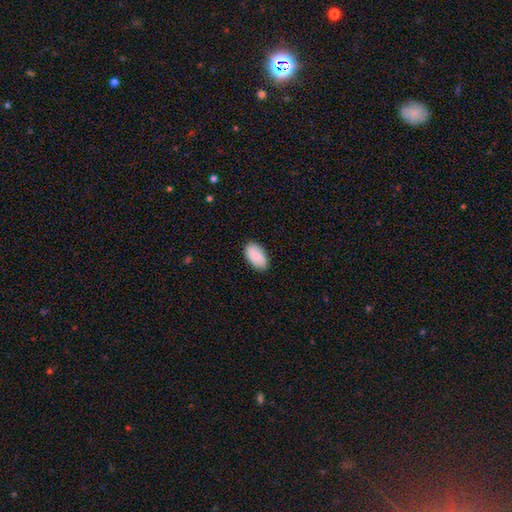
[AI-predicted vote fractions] Q: Smooth or featured?
A: smooth (86%); runner-up: featured or disk (8%)
Q: How rounded?
A: in between (95%); runner-up: round (3%)
Q: Merging?
A: none (87%); runner-up: minor disturbance (10%)